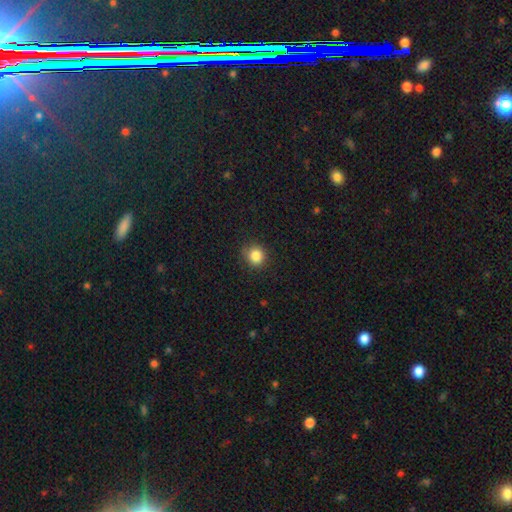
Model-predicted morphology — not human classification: The model was most divided on "smooth or featured": smooth: 85%, star or artifact: 11%, featured or disk: 4%. More confident: how rounded — round (89%); merging — none (86%).